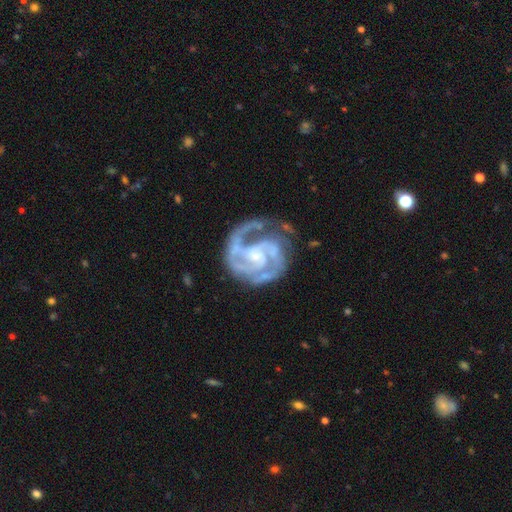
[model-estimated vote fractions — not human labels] Smooth or featured? featured or disk (91%)
Edge-on disk? no (98%)
Bar? no (50%)
Spiral arms? yes (98%)
Spiral winding? tight (54%)
Spiral arm count? 2 (52%)
Bulge size? small (48%)
Merging? none (59%)